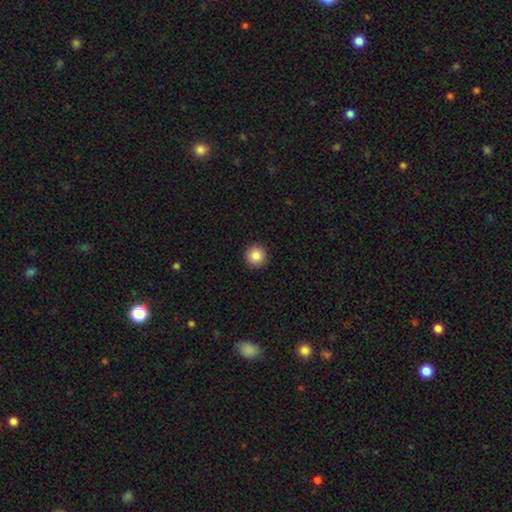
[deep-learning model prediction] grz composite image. It shows a smooth galaxy with no disk features (85%) that is round (96%). Merging: none (93%).